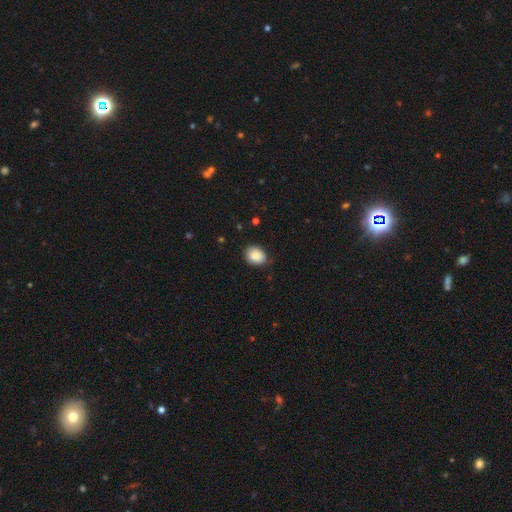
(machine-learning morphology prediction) This appears to be a smooth galaxy with no disk features (88%) that is in between round and cigar-shaped (51%). Merging: none (81%).